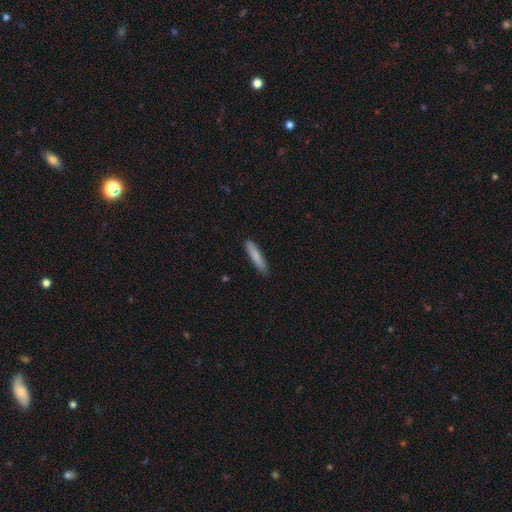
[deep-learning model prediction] Q: Smooth or featured?
A: smooth (81%); runner-up: featured or disk (13%)
Q: How rounded?
A: cigar-shaped (86%); runner-up: in between (13%)
Q: Merging?
A: none (87%); runner-up: minor disturbance (10%)